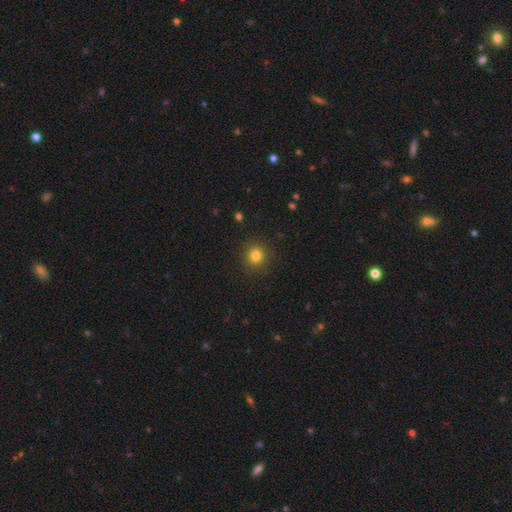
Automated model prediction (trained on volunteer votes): smooth 82%, star or artifact 13%, featured or disk 5%. Down the decision tree: how rounded — round (90%); merging — none (90%).